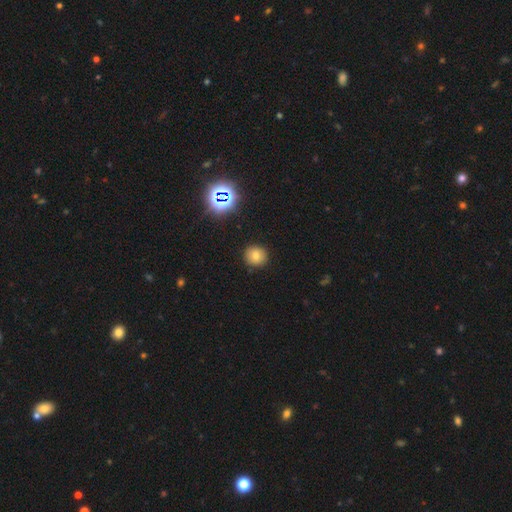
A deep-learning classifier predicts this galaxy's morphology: Smooth or featured? Predicted: smooth (p=0.74). How rounded? Predicted: round (p=0.91). Merging? Predicted: none (p=0.90).